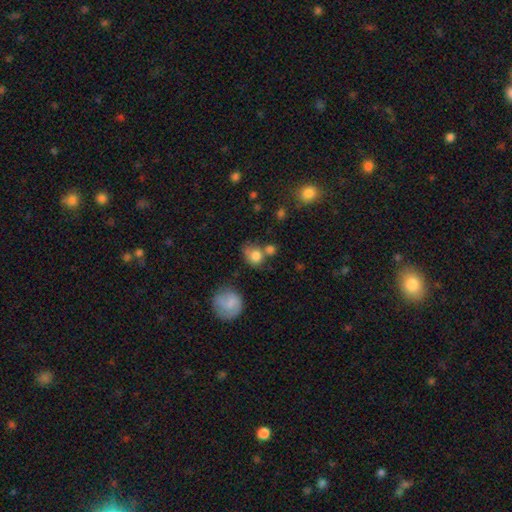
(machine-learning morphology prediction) Smooth or featured? smooth (78%)
How rounded? round (67%)
Merging? none (47%)